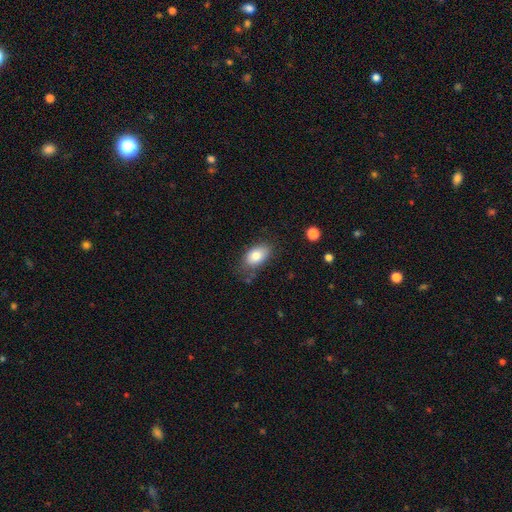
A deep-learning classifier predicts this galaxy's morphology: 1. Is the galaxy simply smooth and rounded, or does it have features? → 80% smooth, 12% featured or disk, 8% star or artifact.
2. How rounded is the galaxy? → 91% in between, 8% round, 2% cigar-shaped.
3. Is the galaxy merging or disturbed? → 71% none, 21% minor disturbance, 6% major disturbance, 3% merger.